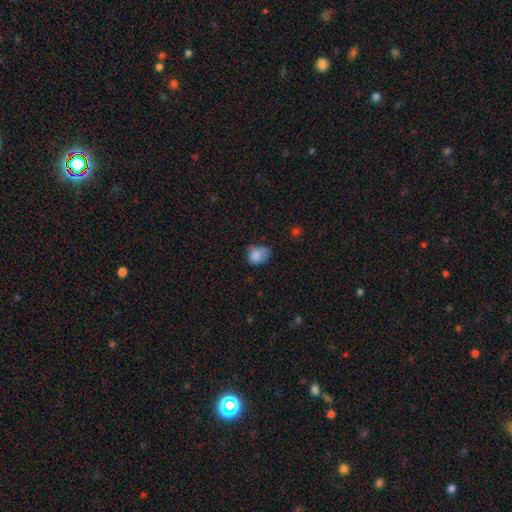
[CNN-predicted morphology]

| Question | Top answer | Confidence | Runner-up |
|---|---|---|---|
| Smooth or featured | smooth | 81% | star or artifact (10%) |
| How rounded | in between | 58% | round (41%) |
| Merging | none | 45% | minor disturbance (37%) |